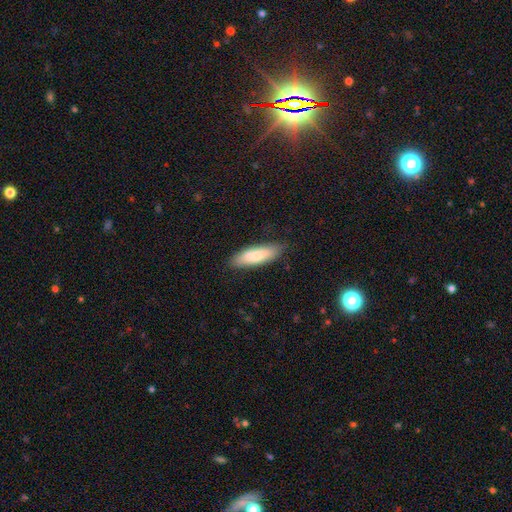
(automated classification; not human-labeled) smooth 82%, featured or disk 13%, star or artifact 5%. Down the decision tree: how rounded — cigar-shaped (52%); merging — none (81%).